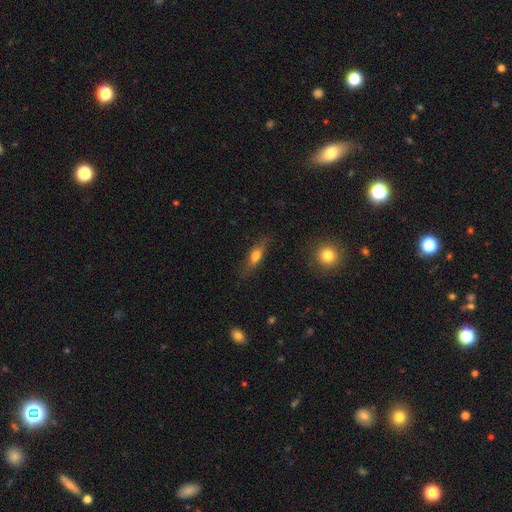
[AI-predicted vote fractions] The model was most divided on "how rounded": cigar-shaped: 56%, in between: 40%, round: 4%. More confident: merging — none (79%); smooth or featured — smooth (59%).